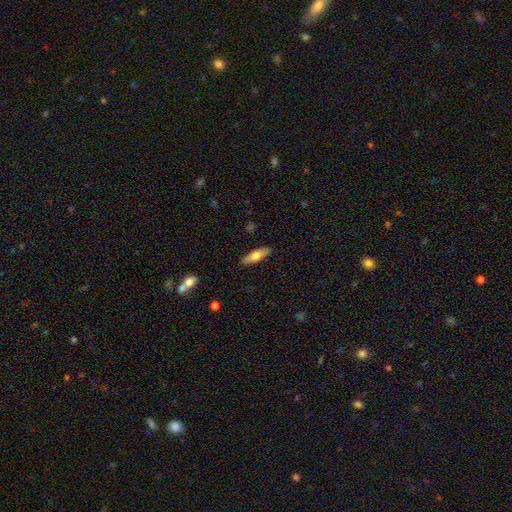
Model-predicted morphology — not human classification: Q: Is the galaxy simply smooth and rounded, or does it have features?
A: smooth — 62%.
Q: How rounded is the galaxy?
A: cigar-shaped — 53%.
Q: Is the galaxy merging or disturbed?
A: none — 89%.